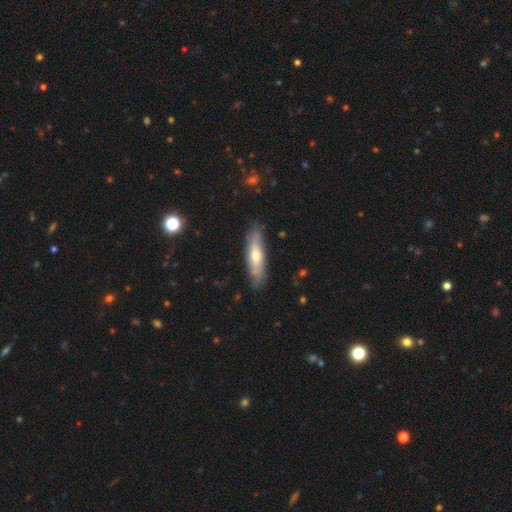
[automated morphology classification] Smooth or featured? Predicted: smooth (p=0.48). Merging? Predicted: none (p=0.82).